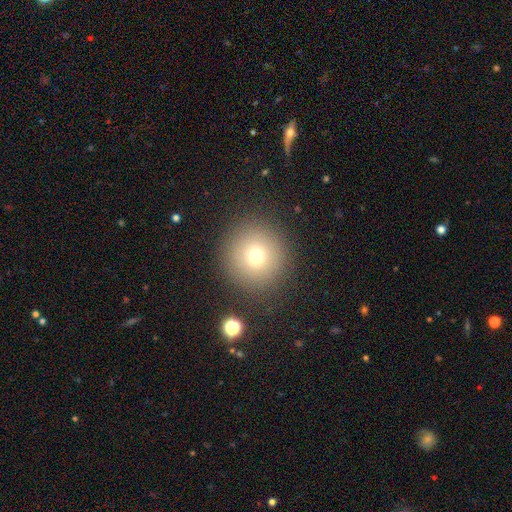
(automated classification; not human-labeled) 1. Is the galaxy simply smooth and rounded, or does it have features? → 73% smooth, 15% star or artifact, 12% featured or disk.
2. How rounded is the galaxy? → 94% round, 5% in between, 1% cigar-shaped.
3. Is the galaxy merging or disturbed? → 88% none, 7% minor disturbance, 3% major disturbance, 2% merger.